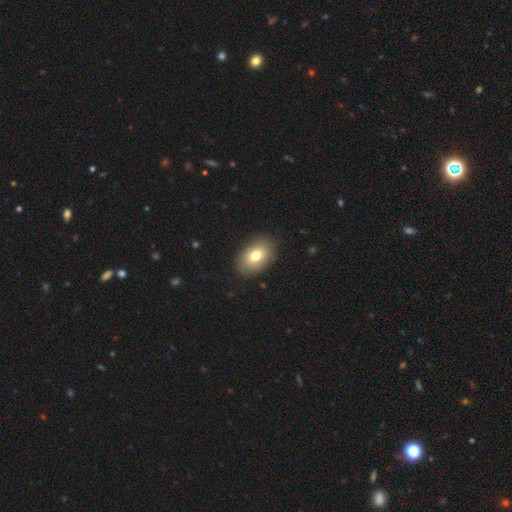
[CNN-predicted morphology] A smooth galaxy with no disk features (77%) that is in between round and cigar-shaped (86%). Merging: none (88%).